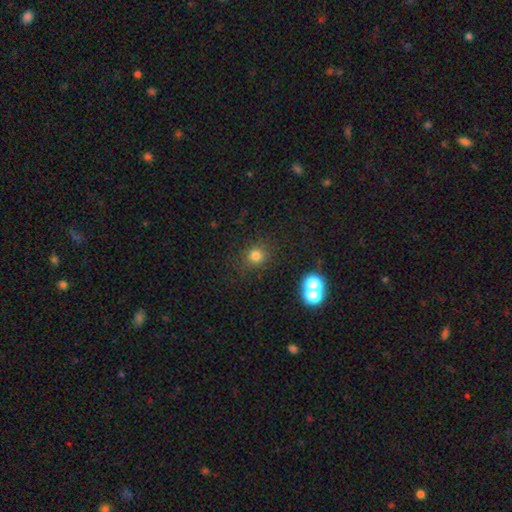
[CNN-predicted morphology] smooth 78%, star or artifact 16%, featured or disk 6%. Down the decision tree: how rounded — round (86%); merging — none (82%).